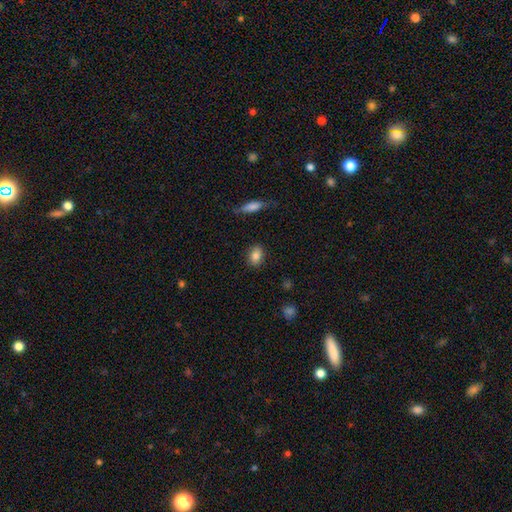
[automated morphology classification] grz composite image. It shows a smooth galaxy with no disk features (84%) that is in between round and cigar-shaped (71%). Merging: none (85%).